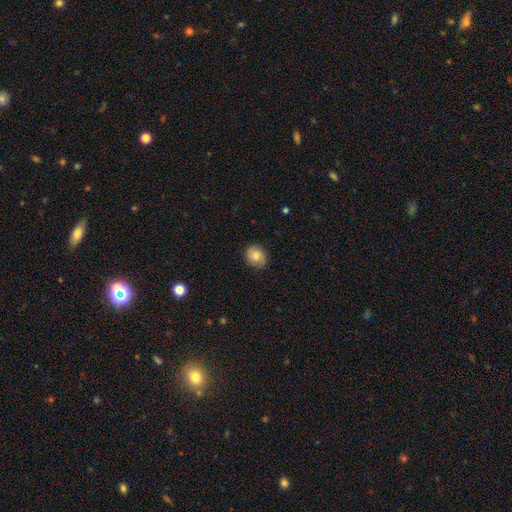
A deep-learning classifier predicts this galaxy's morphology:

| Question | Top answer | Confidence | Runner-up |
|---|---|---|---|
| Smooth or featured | smooth | 77% | featured or disk (15%) |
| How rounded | round | 57% | in between (42%) |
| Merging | none | 81% | minor disturbance (15%) |